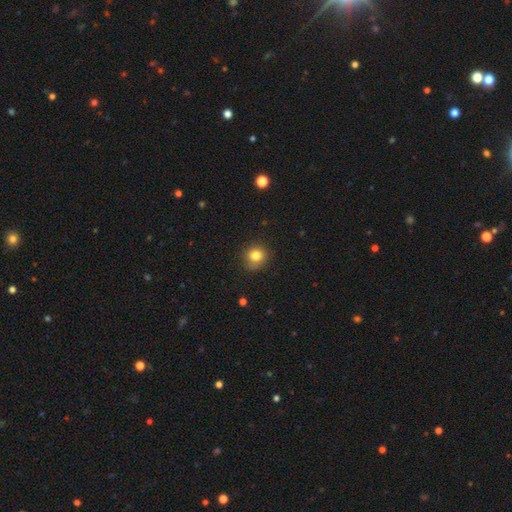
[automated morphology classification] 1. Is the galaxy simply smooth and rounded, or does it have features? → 82% smooth, 12% star or artifact, 7% featured or disk.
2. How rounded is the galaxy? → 87% round, 12% in between, 1% cigar-shaped.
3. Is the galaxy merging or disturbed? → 82% none, 14% minor disturbance, 3% major disturbance, 1% merger.